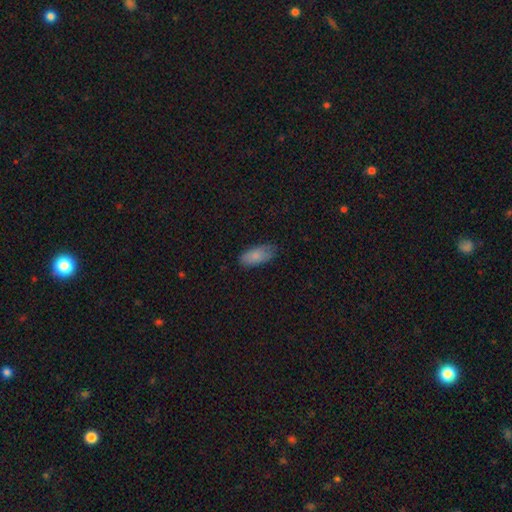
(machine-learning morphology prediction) smooth-or-featured: smooth: 85% | featured or disk: 8% | star or artifact: 7%
  how-rounded: in between: 88% | cigar-shaped: 10% | round: 2%
  merging: none: 74% | minor disturbance: 21% | major disturbance: 4% | merger: 1%